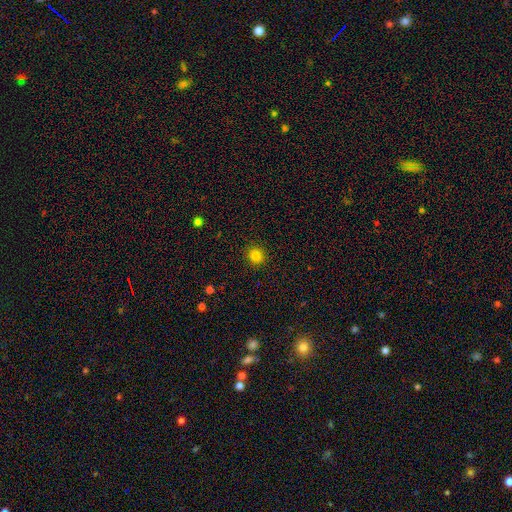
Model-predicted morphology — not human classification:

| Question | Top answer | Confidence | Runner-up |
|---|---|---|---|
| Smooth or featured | smooth | 82% | star or artifact (13%) |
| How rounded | round | 92% | in between (7%) |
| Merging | none | 92% | minor disturbance (5%) |